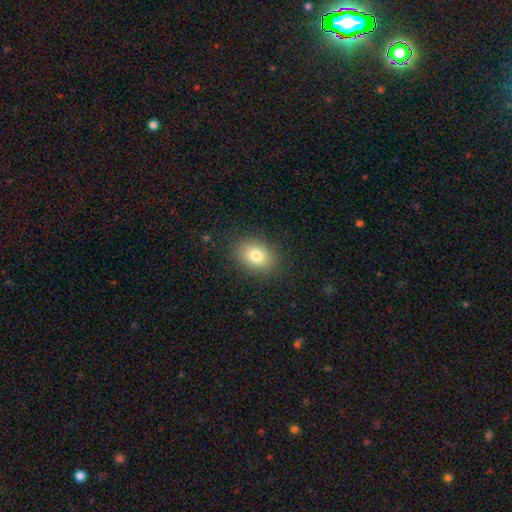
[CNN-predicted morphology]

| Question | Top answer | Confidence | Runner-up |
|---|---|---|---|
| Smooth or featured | smooth | 80% | featured or disk (10%) |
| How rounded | in between | 70% | round (29%) |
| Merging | none | 87% | minor disturbance (9%) |